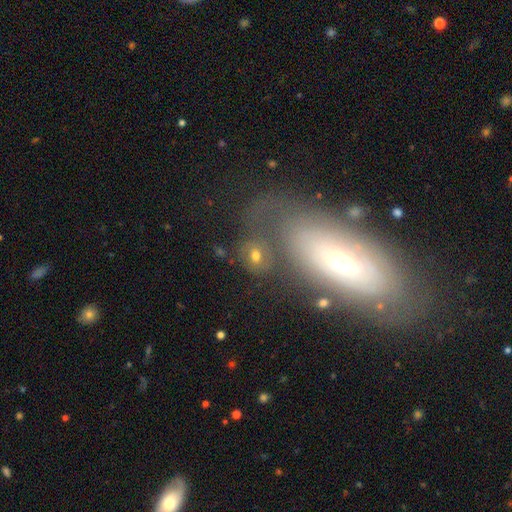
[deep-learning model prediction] A smooth galaxy with no disk features (56%) that is round (54%). Merging: none (53%).